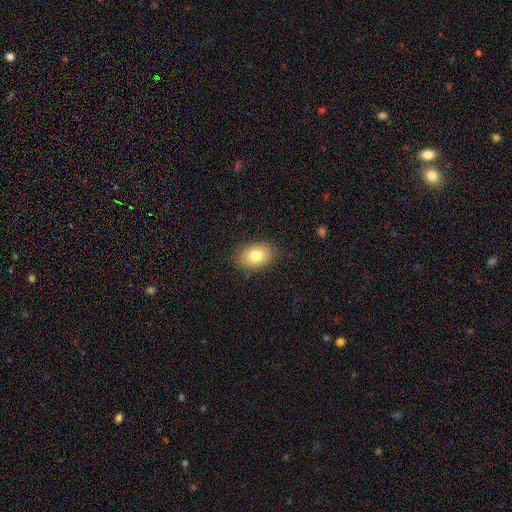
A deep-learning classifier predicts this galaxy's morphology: smooth_or_featured: smooth (p=0.78) [alt: featured or disk p=0.12]
how_rounded: in between (p=0.72) [alt: round p=0.27]
merging: none (p=0.85) [alt: minor disturbance p=0.11]